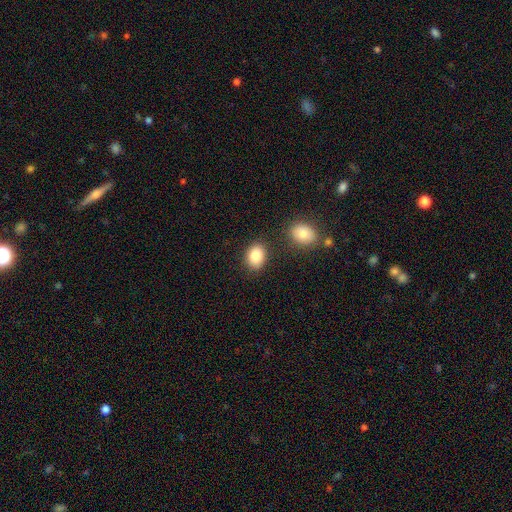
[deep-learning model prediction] smooth_or_featured: smooth (p=0.86) [alt: star or artifact p=0.08]
how_rounded: in between (p=0.72) [alt: round p=0.27]
merging: none (p=0.80) [alt: minor disturbance p=0.11]